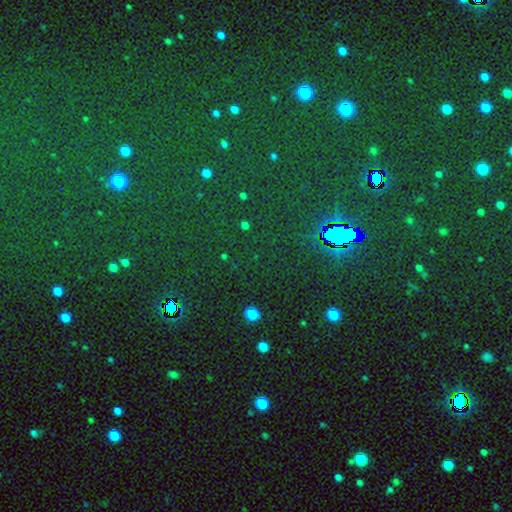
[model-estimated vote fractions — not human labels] star or artifact 82%, smooth 11%, featured or disk 7%.